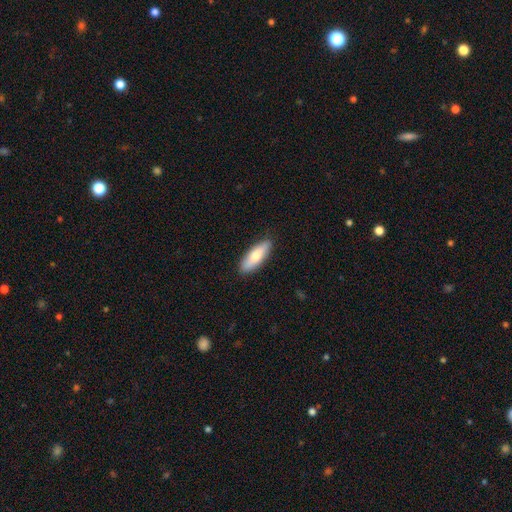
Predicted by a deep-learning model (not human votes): smooth_or_featured: smooth (p=0.73) [alt: featured or disk p=0.21]
how_rounded: in between (p=0.58) [alt: cigar-shaped p=0.40]
merging: none (p=0.88) [alt: minor disturbance p=0.10]